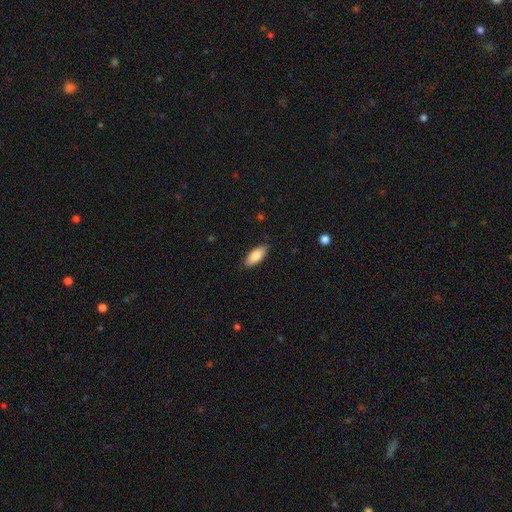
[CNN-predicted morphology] The model was most divided on "how rounded": in between: 82%, cigar-shaped: 16%, round: 2%. More confident: merging — none (87%); smooth or featured — smooth (84%).